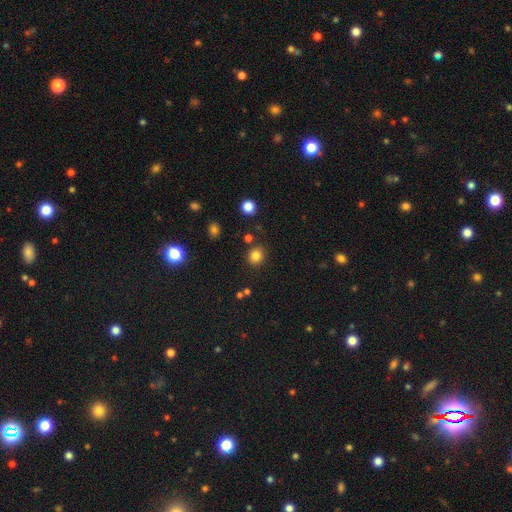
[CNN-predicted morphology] type=smooth (82%); roundness=round (81%); merging=none (85%).